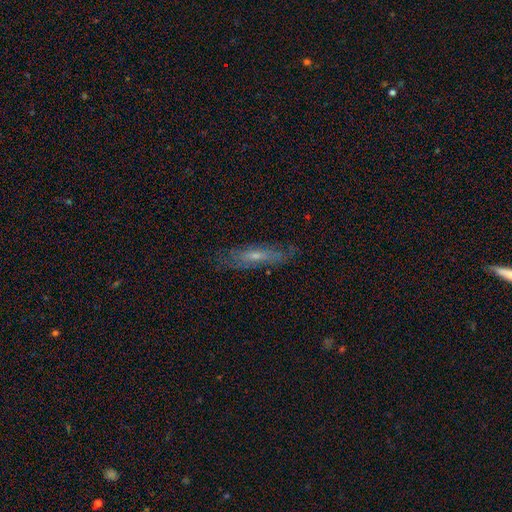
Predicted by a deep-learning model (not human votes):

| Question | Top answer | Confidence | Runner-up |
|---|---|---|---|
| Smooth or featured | featured or disk | 51% | smooth (39%) |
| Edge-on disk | yes | 52% | no (48%) |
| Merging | none | 77% | minor disturbance (17%) |